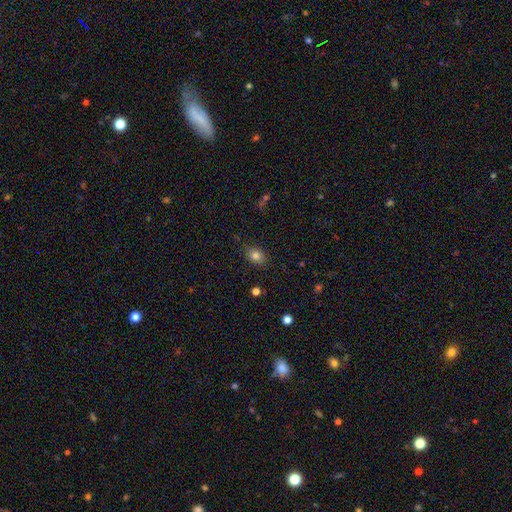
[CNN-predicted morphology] Smooth or featured? Predicted: smooth (p=0.81). How rounded? Predicted: in between (p=0.67). Merging? Predicted: none (p=0.84).